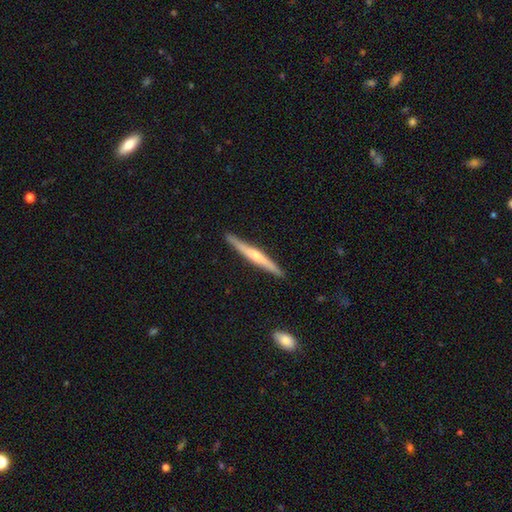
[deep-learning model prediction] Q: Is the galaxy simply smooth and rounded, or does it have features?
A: featured or disk — 61%.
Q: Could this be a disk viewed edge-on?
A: yes — 97%.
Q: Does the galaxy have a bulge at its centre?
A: rounded — 63%.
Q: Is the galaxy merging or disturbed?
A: none — 89%.